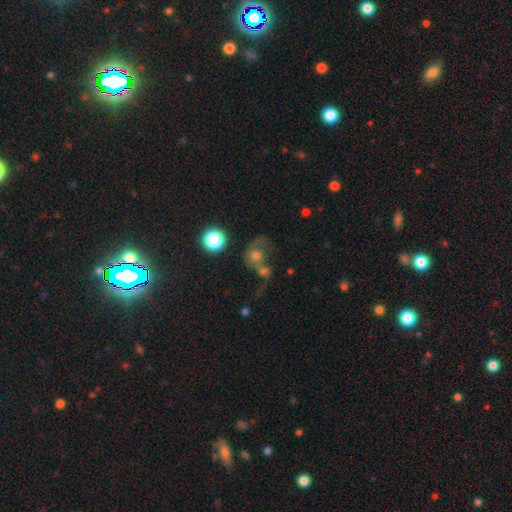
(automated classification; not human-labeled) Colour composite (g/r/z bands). It shows a smooth galaxy with no disk features (55%) that is round (65%). Merging: merger (52%).